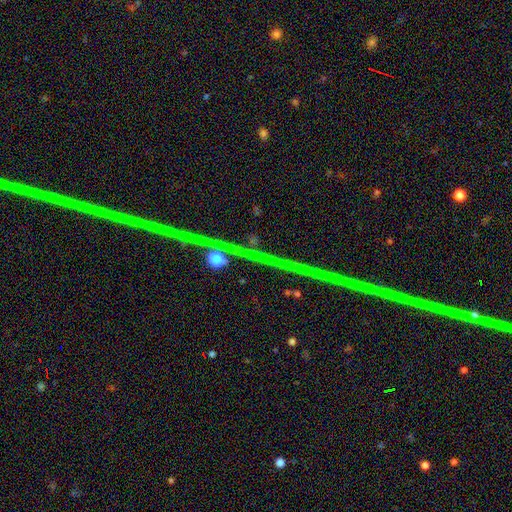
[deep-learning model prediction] smooth_or_featured: star or artifact (p=0.74) [alt: featured or disk p=0.15]